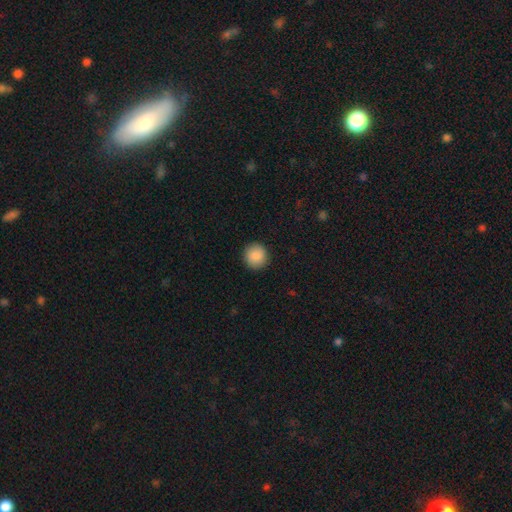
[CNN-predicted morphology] Smooth or featured? Predicted: smooth (p=0.89). How rounded? Predicted: round (p=0.94). Merging? Predicted: none (p=0.92).